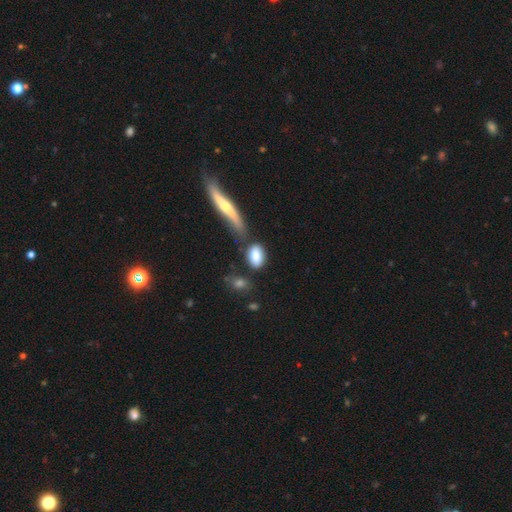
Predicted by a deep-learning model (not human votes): Smooth or featured: smooth — 81% (featured or disk — 13%)
How rounded: in between — 83% (round — 10%)
Merging: none — 61% (merger — 17%)